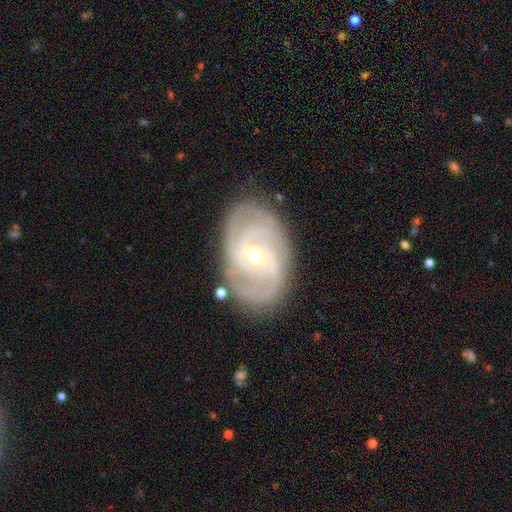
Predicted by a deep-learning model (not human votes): smooth-or-featured: featured or disk: 90% | smooth: 5% | star or artifact: 5%
  disk-edge-on: no: 96% | yes: 4%
    bar: weak: 42% | no: 41% | strong: 17%
    has-spiral-arms: yes: 98% | no: 2%
      spiral-winding: tight: 66% | medium: 29% | loose: 5%
      spiral-arm-count: 3: 36% | 2: 27% | can't tell: 14% | 4: 14% | more than 4: 5% | 1: 4%
    bulge-size: small: 59% | moderate: 38% | large: 1% | none: 1% | dominant: 1%
  merging: none: 81% | minor disturbance: 14% | major disturbance: 4% | merger: 2%